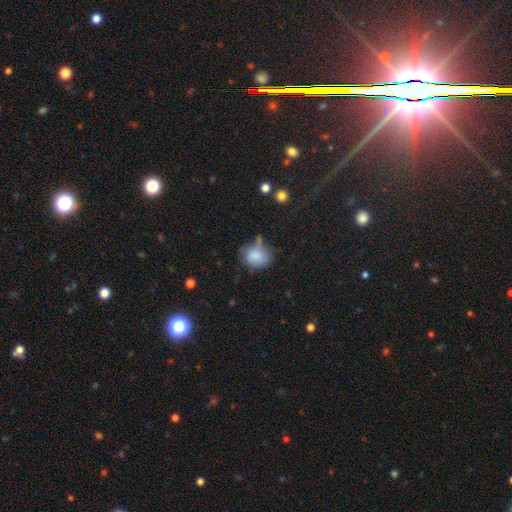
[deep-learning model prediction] smooth-or-featured: smooth: 76% | featured or disk: 15% | star or artifact: 10%
  how-rounded: in between: 56% | round: 43% | cigar-shaped: 1%
  merging: none: 41% | minor disturbance: 34% | major disturbance: 16% | merger: 8%